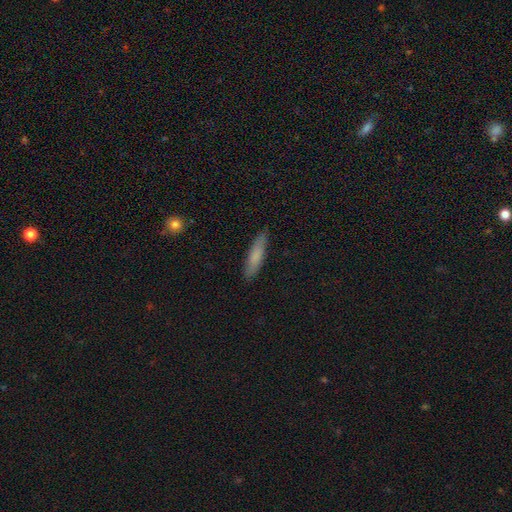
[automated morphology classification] This appears to be a smooth galaxy with no disk features (79%) that is cigar-shaped (80%). Merging: none (88%).